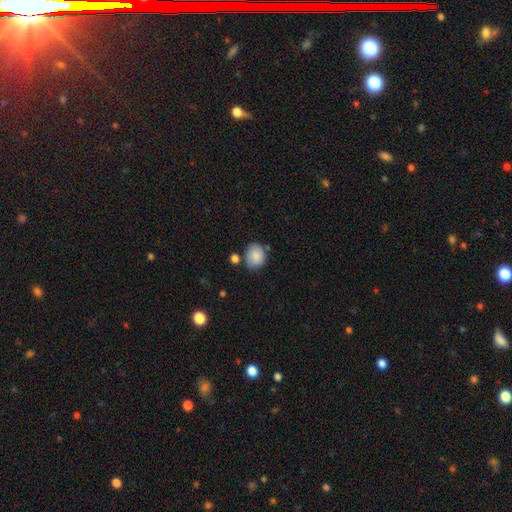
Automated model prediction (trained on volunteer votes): A smooth galaxy with no disk features (81%) that is round (60%). Merging: none (68%).